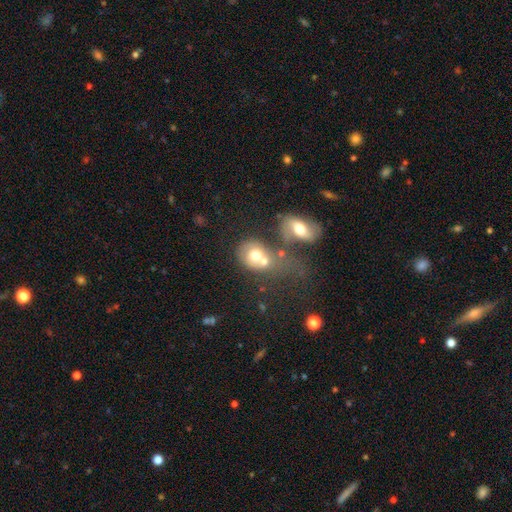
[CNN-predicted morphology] smooth_or_featured: smooth (p=0.61) [alt: featured or disk p=0.29]
how_rounded: round (p=0.56) [alt: in between p=0.42]
merging: merger (p=0.56) [alt: none p=0.24]